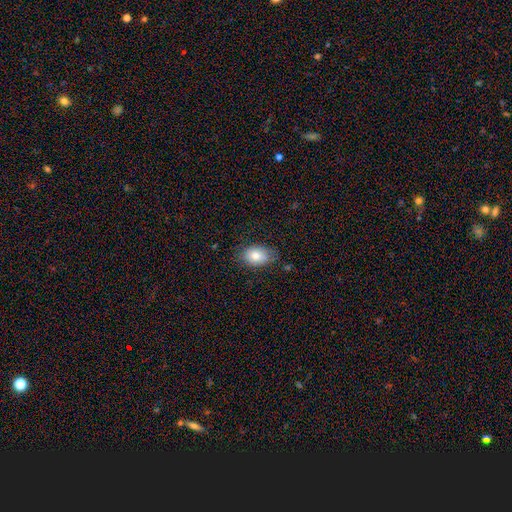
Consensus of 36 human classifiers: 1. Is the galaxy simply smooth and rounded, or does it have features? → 75% smooth, 19% featured or disk, 6% star or artifact.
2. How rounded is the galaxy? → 74% in between, 26% round, 0% cigar-shaped.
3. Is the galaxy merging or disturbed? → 71% none, 29% minor disturbance, 0% major disturbance, 0% merger.